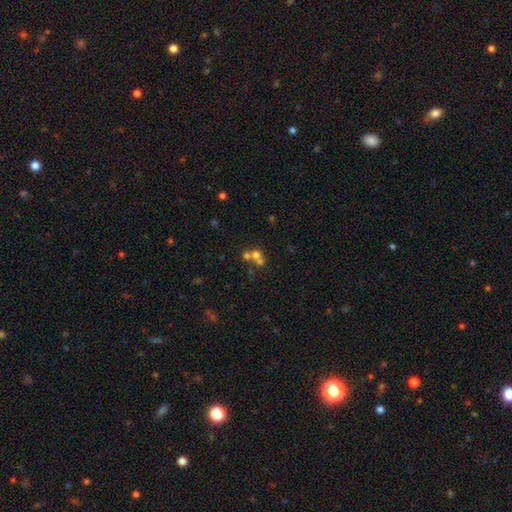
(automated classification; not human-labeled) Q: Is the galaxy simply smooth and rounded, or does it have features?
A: smooth — 58%.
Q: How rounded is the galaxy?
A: round — 82%.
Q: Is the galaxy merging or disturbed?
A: merger — 55%.